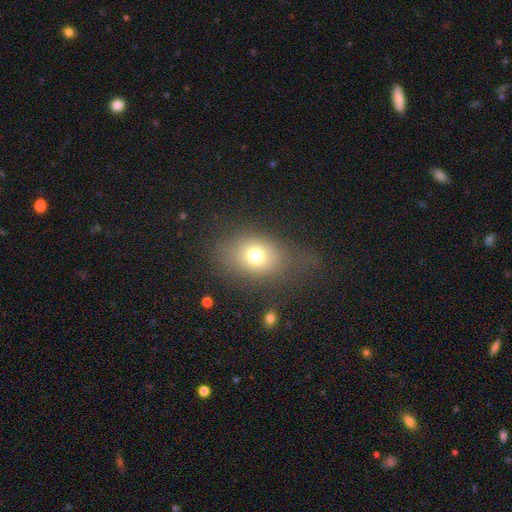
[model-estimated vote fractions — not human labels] Smooth or featured? Predicted: smooth (p=0.72). How rounded? Predicted: in between (p=0.61). Merging? Predicted: none (p=0.63).